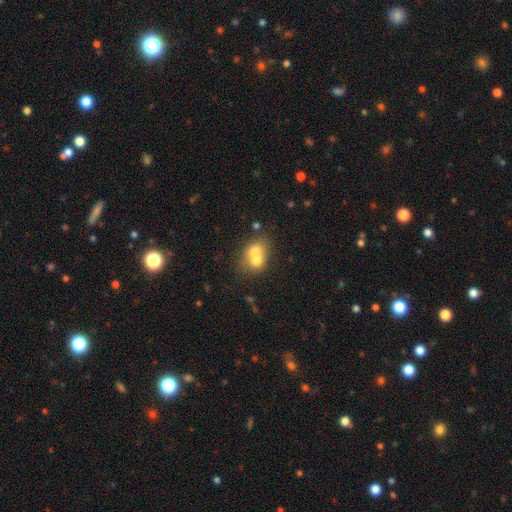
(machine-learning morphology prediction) smooth_or_featured: smooth (p=0.65) [alt: featured or disk p=0.25]
how_rounded: round (p=0.61) [alt: in between p=0.38]
merging: merger (p=0.68) [alt: none p=0.24]